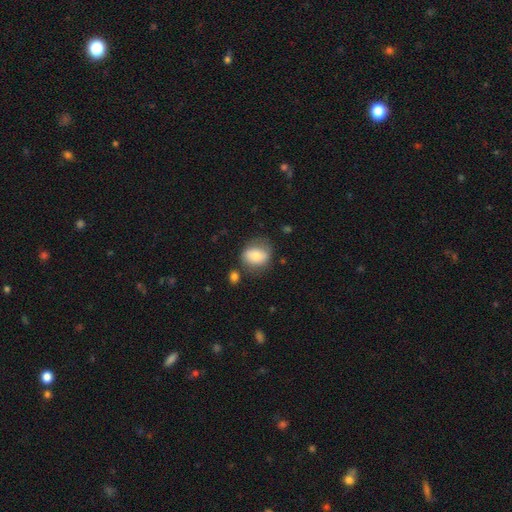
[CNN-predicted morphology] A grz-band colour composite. It shows a smooth galaxy with no disk features (72%) that is round (57%). Merging: none (65%).